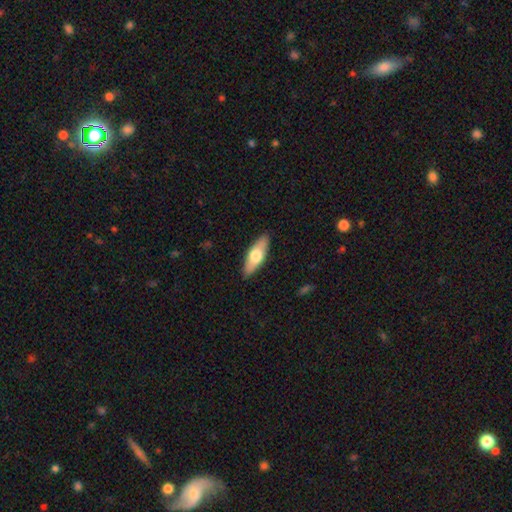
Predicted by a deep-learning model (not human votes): A smooth galaxy with no disk features (61%) that is in between round and cigar-shaped (62%).

Vote fractions:
- Smooth or featured? smooth: 61% / featured or disk: 34% / star or artifact: 5%
- How rounded? in between: 62% / cigar-shaped: 36% / round: 3%
- Merging? none: 89% / minor disturbance: 9% / major disturbance: 2% / merger: 1%